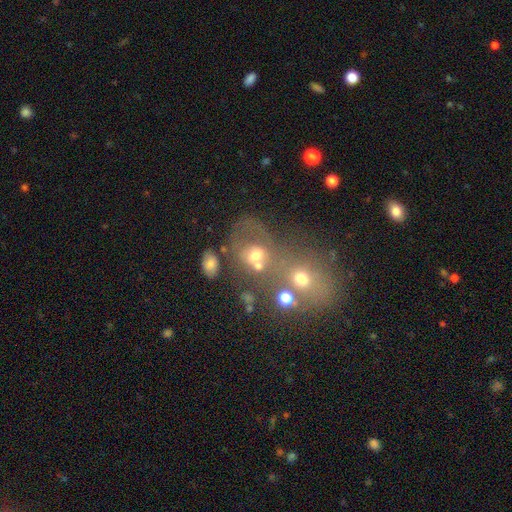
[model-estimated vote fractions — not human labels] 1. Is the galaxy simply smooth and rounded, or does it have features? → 56% smooth, 27% featured or disk, 18% star or artifact.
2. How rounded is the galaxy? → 50% in between, 49% round, 1% cigar-shaped.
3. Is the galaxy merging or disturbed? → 45% merger, 27% none, 15% major disturbance, 12% minor disturbance.